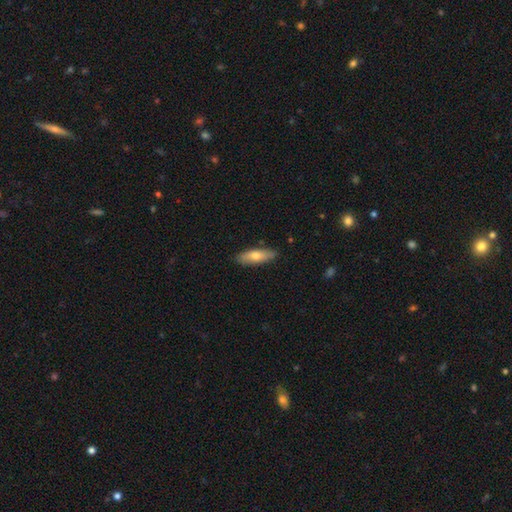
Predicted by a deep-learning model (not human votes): smooth 67%, featured or disk 27%, star or artifact 6%. Down the decision tree: how rounded — in between (54%); merging — none (85%).